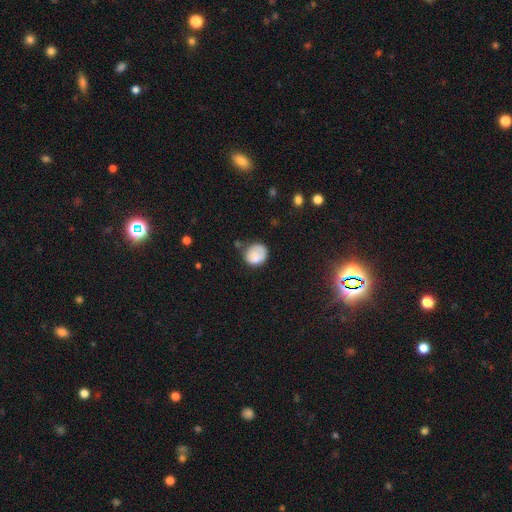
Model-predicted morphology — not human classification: A smooth galaxy with no disk features (79%) that is round (76%). Merging: none (60%).